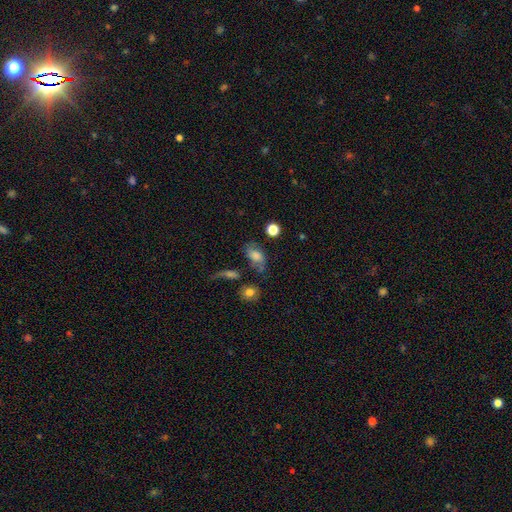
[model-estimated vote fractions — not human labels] smooth_or_featured: smooth (p=0.68) [alt: featured or disk p=0.21]
how_rounded: in between (p=0.81) [alt: round p=0.15]
merging: none (p=0.50) [alt: minor disturbance p=0.24]